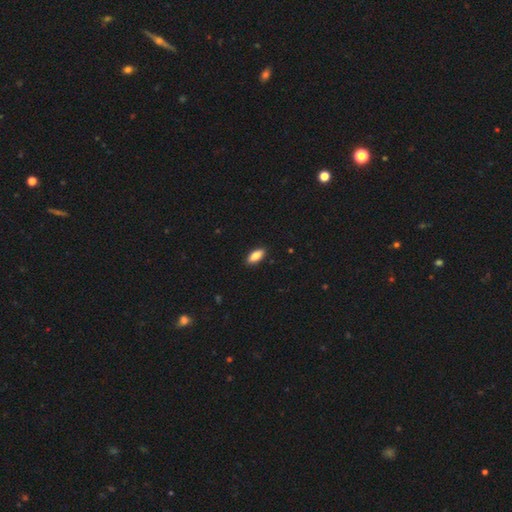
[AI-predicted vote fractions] Morphology: type=smooth (83%); roundness=in between (84%); merging=none (90%).